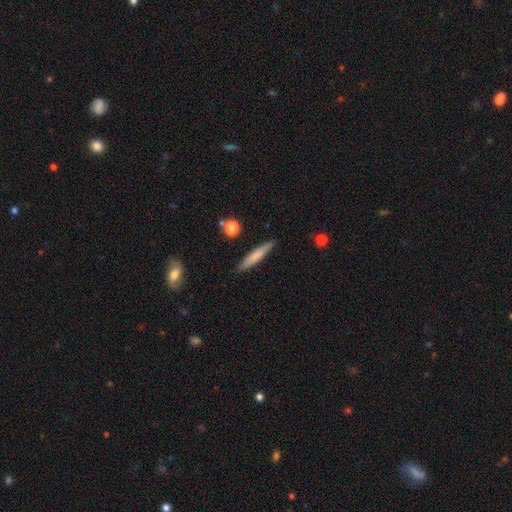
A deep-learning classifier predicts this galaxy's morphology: Q: Smooth or featured?
A: smooth (69%); runner-up: featured or disk (25%)
Q: How rounded?
A: cigar-shaped (93%); runner-up: in between (6%)
Q: Merging?
A: none (87%); runner-up: minor disturbance (9%)